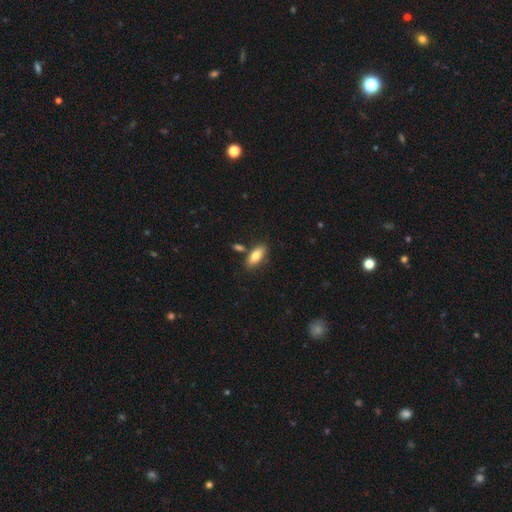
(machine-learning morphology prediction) smooth_or_featured: smooth (p=0.79) [alt: featured or disk p=0.14]
how_rounded: in between (p=0.80) [alt: cigar-shaped p=0.17]
merging: none (p=0.77) [alt: minor disturbance p=0.12]